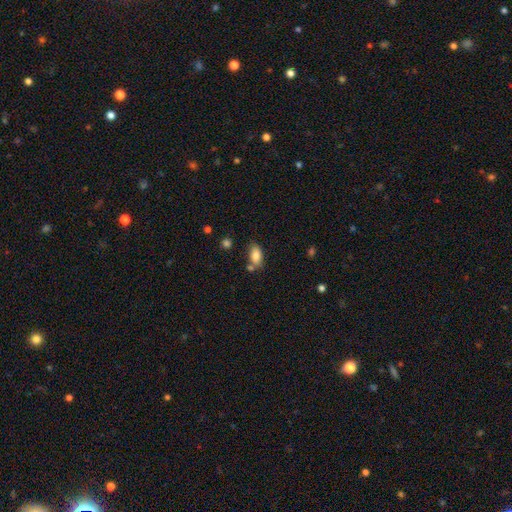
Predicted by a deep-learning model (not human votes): Smooth or featured: smooth — 84% (featured or disk — 8%)
How rounded: in between — 91% (round — 6%)
Merging: none — 66% (minor disturbance — 16%)